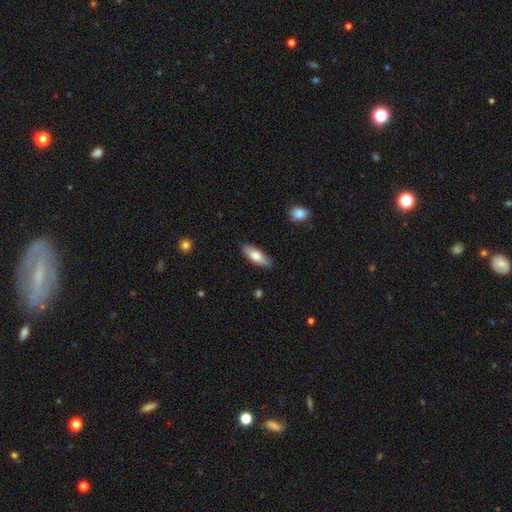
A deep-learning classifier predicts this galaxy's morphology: Smooth or featured? Predicted: smooth (p=0.75). How rounded? Predicted: in between (p=0.68). Merging? Predicted: none (p=0.85).